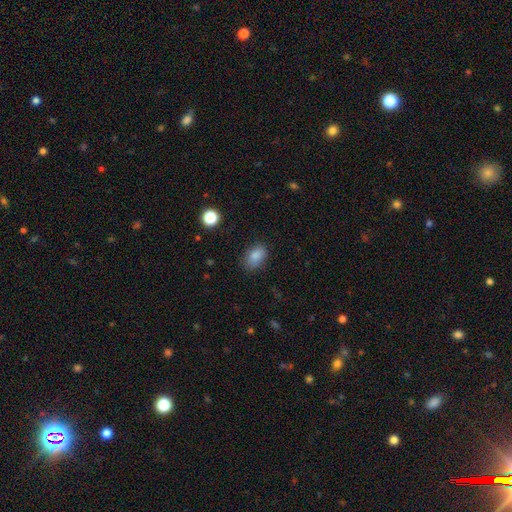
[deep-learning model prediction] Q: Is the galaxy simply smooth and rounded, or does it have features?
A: smooth — 86%.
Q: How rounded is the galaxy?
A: in between — 84%.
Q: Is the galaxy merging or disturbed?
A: none — 79%.